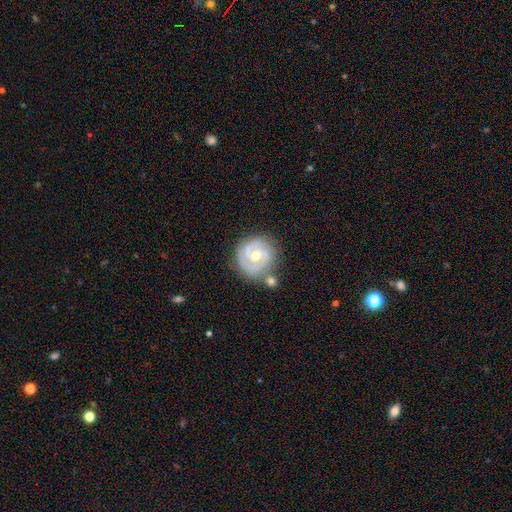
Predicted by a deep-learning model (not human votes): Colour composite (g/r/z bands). It shows a featured or disk galaxy (82%) with no bar (52%), 2 (57%) tight (68%) spiral arms (92%) and a moderate central bulge (67%). Merging: none (69%).